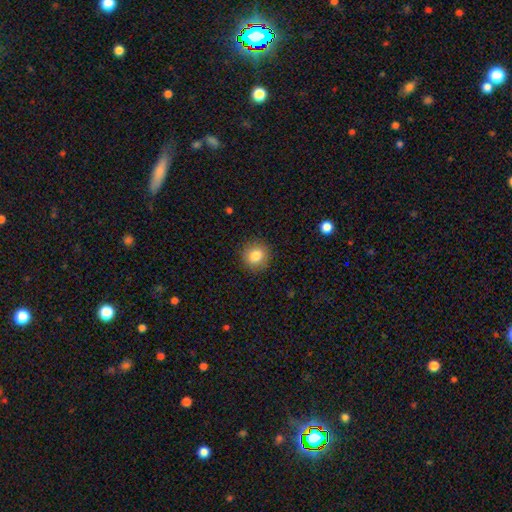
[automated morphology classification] Q: Smooth or featured?
A: smooth (83%); runner-up: star or artifact (10%)
Q: How rounded?
A: round (91%); runner-up: in between (8%)
Q: Merging?
A: none (90%); runner-up: minor disturbance (7%)